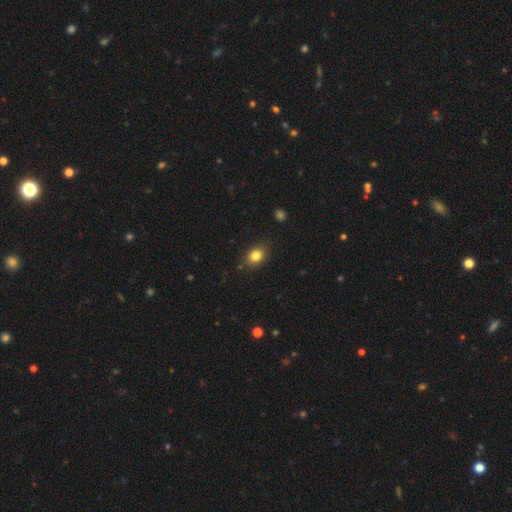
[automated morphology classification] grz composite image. It shows a smooth galaxy with no disk features (83%) that is in between round and cigar-shaped (58%). Merging: none (83%).